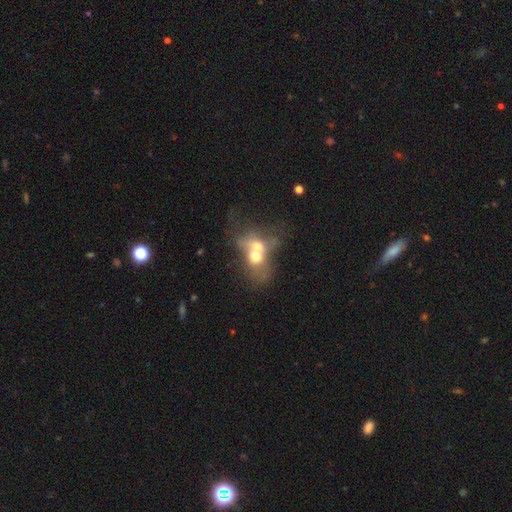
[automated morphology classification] smooth 51%, featured or disk 37%, star or artifact 12%. Down the decision tree: how rounded — in between (56%); merging — merger (78%).